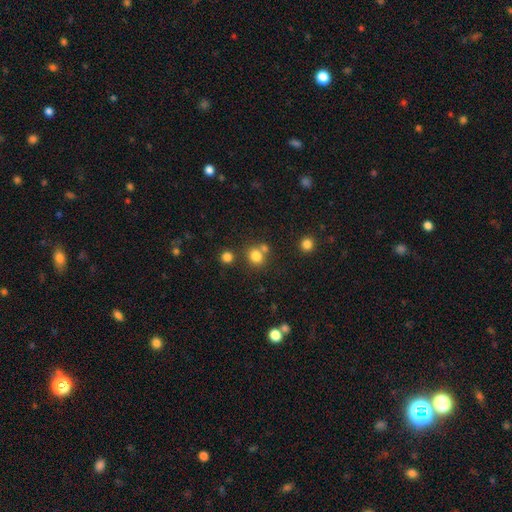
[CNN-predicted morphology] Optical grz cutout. It shows a smooth galaxy with no disk features (79%) that is round (77%). Merging: none (65%).